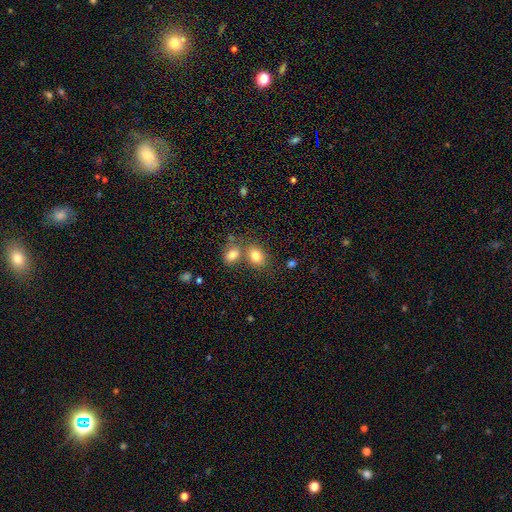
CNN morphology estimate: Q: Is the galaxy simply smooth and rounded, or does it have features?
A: smooth — 81%.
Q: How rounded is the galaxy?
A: in between — 61%.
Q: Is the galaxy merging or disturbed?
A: none — 52%.